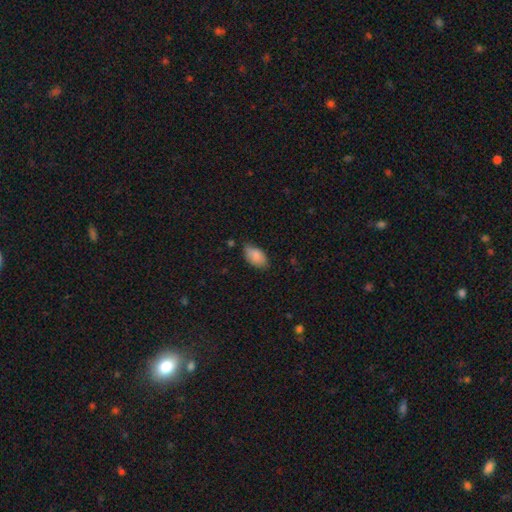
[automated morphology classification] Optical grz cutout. It shows a smooth galaxy with no disk features (84%) that is in between round and cigar-shaped (94%). Merging: none (68%).